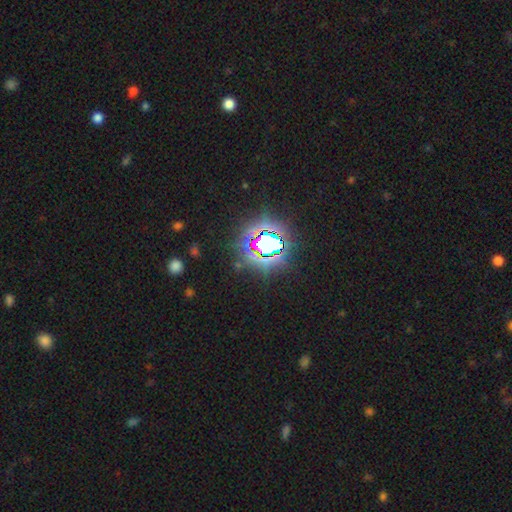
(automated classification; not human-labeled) star or artifact 80%, smooth 12%, featured or disk 8%.